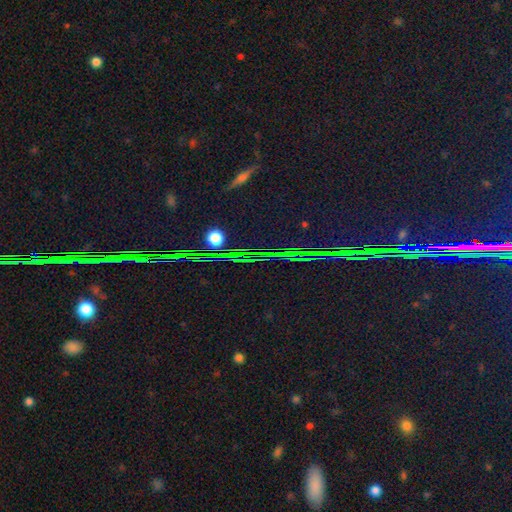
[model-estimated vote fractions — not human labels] A star or artifact, not a galaxy (84%).

Vote fractions:
- Smooth or featured? star or artifact: 84% / featured or disk: 8% / smooth: 8%